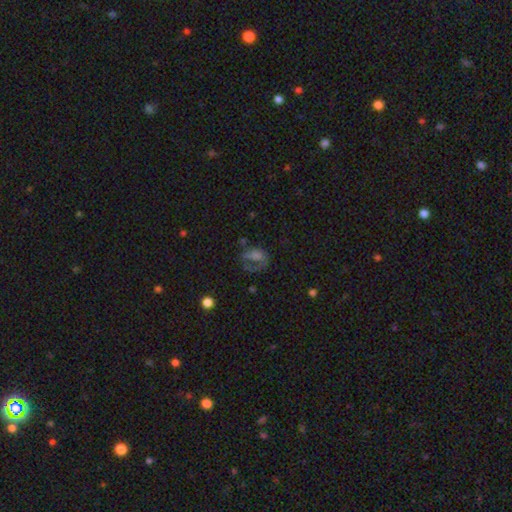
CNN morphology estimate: Smooth or featured? Predicted: featured or disk (p=0.42). Merging? Predicted: major disturbance (p=0.43).